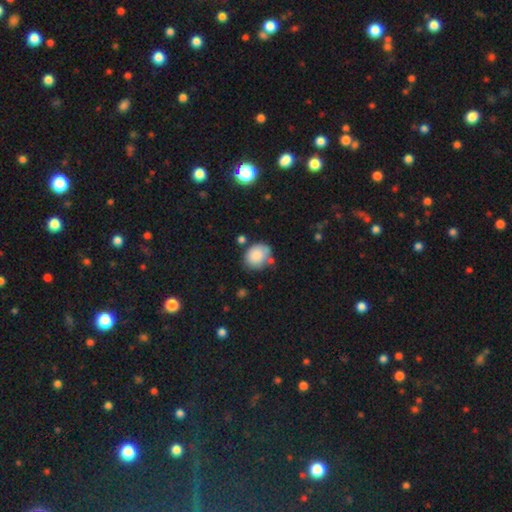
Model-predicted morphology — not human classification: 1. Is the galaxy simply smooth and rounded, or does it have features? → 85% smooth, 8% star or artifact, 7% featured or disk.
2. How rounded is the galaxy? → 50% in between, 49% round, 1% cigar-shaped.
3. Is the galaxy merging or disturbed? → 63% none, 22% minor disturbance, 10% merger, 6% major disturbance.